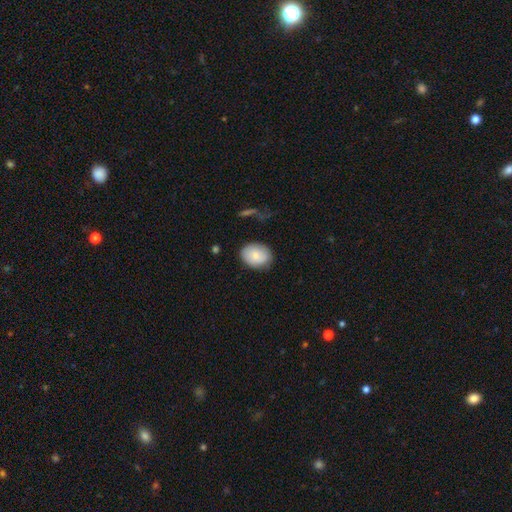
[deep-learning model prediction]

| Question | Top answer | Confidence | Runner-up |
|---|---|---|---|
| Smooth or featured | smooth | 80% | featured or disk (13%) |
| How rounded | in between | 66% | round (33%) |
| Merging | none | 79% | minor disturbance (16%) |